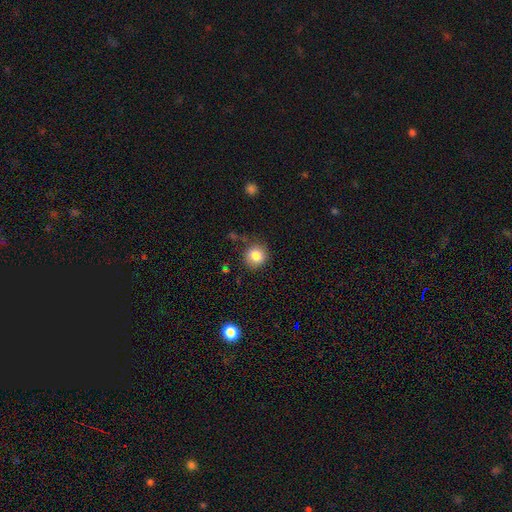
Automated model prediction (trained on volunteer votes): Q: Smooth or featured?
A: smooth (83%); runner-up: star or artifact (10%)
Q: How rounded?
A: round (90%); runner-up: in between (9%)
Q: Merging?
A: none (83%); runner-up: minor disturbance (11%)